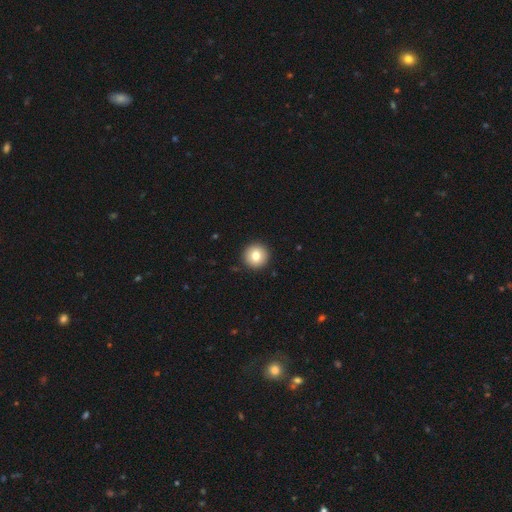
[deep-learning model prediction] Overall: smooth (79%). How rounded: round (96%). Merging: none (93%).